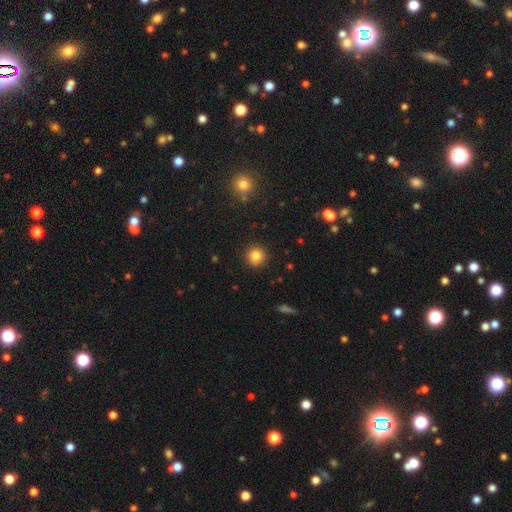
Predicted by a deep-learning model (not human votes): Smooth or featured?
  - smooth: 83% *
  - star or artifact: 11%
  - featured or disk: 6%
How rounded?
  - round: 93% *
  - in between: 6%
  - cigar-shaped: 1%
Merging?
  - none: 91% *
  - minor disturbance: 6%
  - major disturbance: 2%
  - merger: 1%